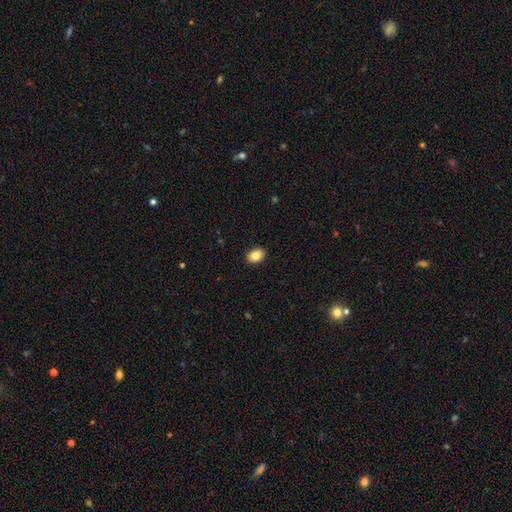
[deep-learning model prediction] Overall: smooth (85%). How rounded: in between (69%; round 30%). Merging: none (91%).